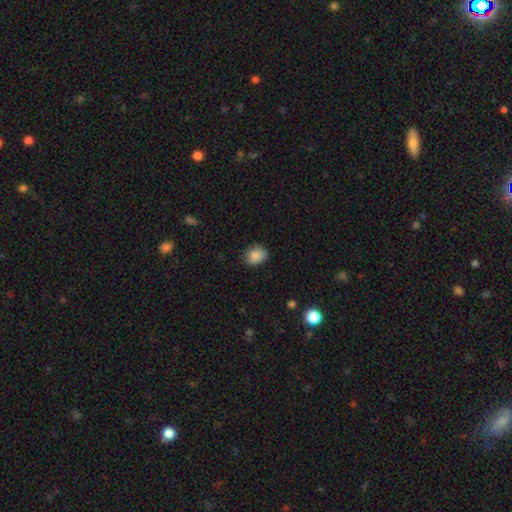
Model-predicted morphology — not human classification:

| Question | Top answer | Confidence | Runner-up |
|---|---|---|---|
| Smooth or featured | smooth | 87% | star or artifact (9%) |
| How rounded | round | 54% | in between (45%) |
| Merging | none | 76% | minor disturbance (19%) |